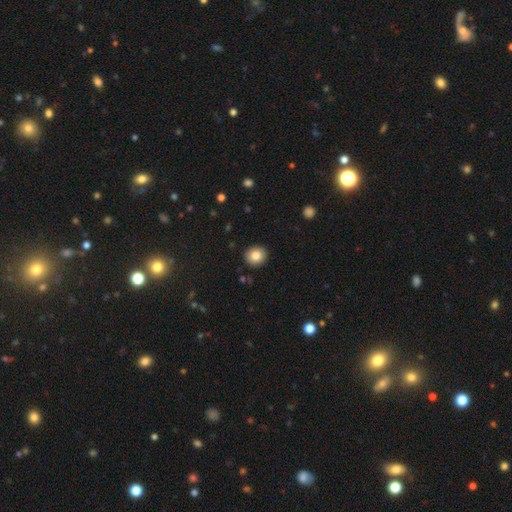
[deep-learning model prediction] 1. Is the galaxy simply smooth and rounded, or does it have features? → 84% smooth, 9% star or artifact, 7% featured or disk.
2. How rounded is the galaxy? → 87% round, 12% in between, 1% cigar-shaped.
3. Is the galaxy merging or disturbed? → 92% none, 6% minor disturbance, 2% major disturbance, 1% merger.